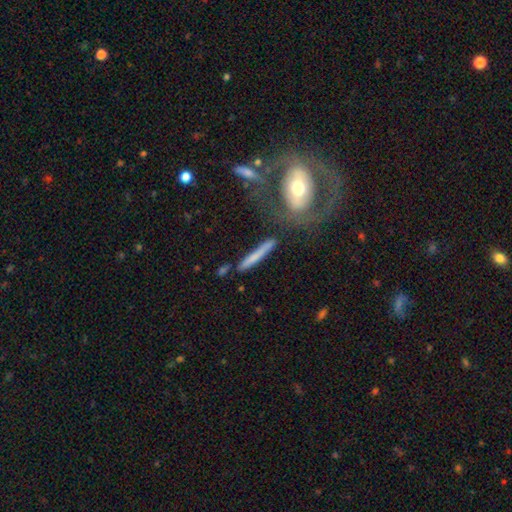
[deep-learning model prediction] Smooth or featured? smooth (59%)
How rounded? cigar-shaped (93%)
Merging? none (73%)